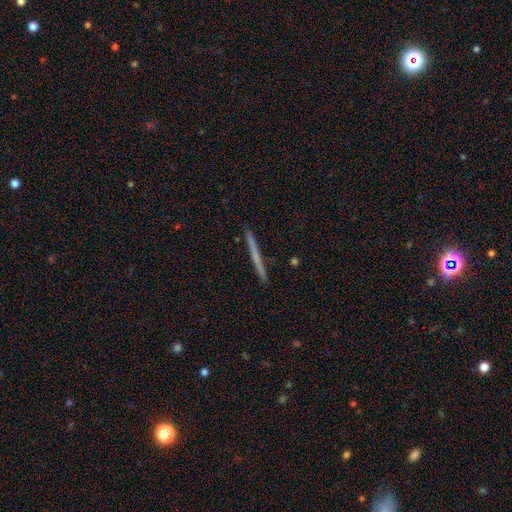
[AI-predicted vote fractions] Smooth or featured: smooth — 50% (featured or disk — 44%)
Merging: none — 92% (minor disturbance — 5%)